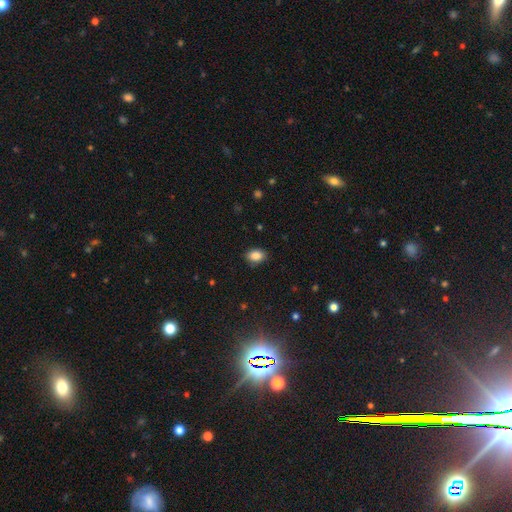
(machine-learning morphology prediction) Smooth or featured: smooth — 87% (star or artifact — 9%)
How rounded: in between — 80% (round — 19%)
Merging: none — 87% (minor disturbance — 10%)